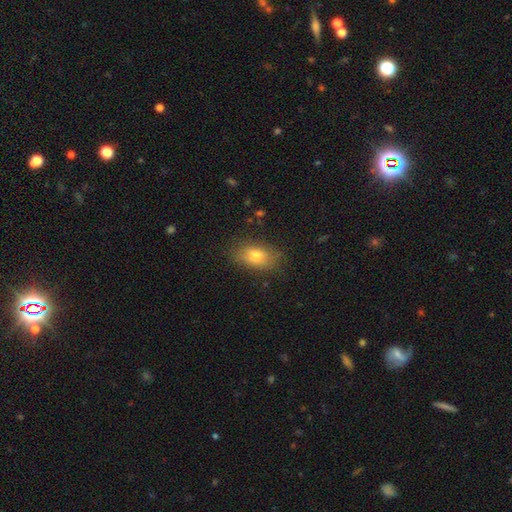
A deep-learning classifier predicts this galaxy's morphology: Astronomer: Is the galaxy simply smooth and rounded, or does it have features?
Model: smooth — 74%.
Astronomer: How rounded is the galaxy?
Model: in between — 87%.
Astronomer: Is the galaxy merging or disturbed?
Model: none — 77%.